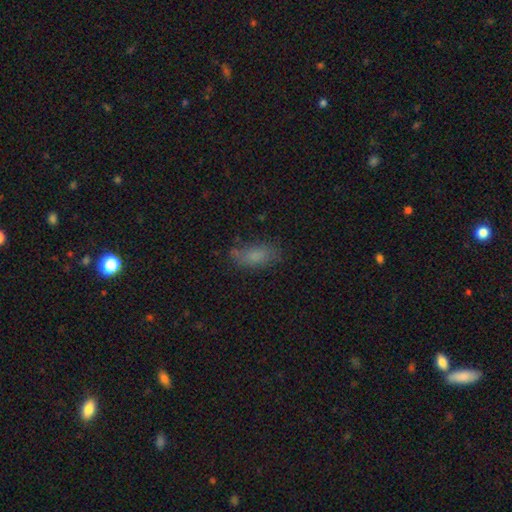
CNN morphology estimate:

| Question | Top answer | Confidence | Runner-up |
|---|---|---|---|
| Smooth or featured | smooth | 77% | featured or disk (13%) |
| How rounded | in between | 84% | cigar-shaped (13%) |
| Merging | none | 65% | minor disturbance (23%) |